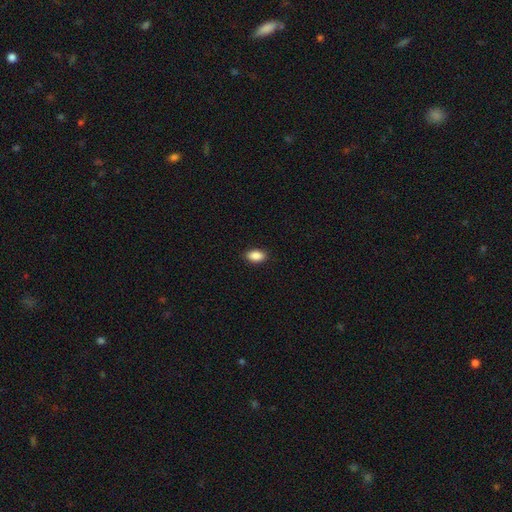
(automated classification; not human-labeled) A smooth galaxy with no disk features (89%) that is in between round and cigar-shaped (91%).

Vote fractions:
- Smooth or featured? smooth: 89% / star or artifact: 8% / featured or disk: 3%
- How rounded? in between: 91% / round: 7% / cigar-shaped: 2%
- Merging? none: 89% / minor disturbance: 8% / major disturbance: 2% / merger: 1%